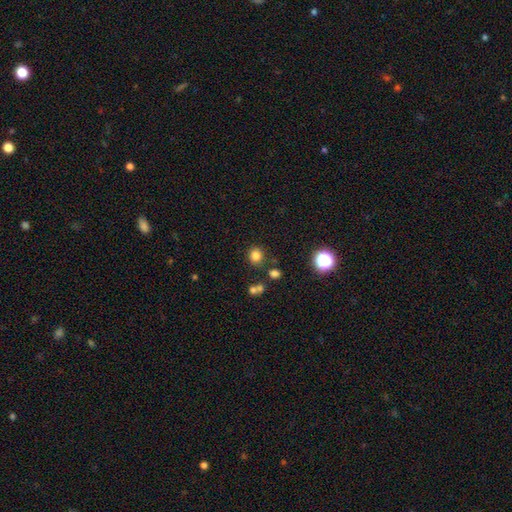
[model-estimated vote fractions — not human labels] This is likely a smooth galaxy (79%). How rounded: clearly round (82%). Merging: clearly none (81%).